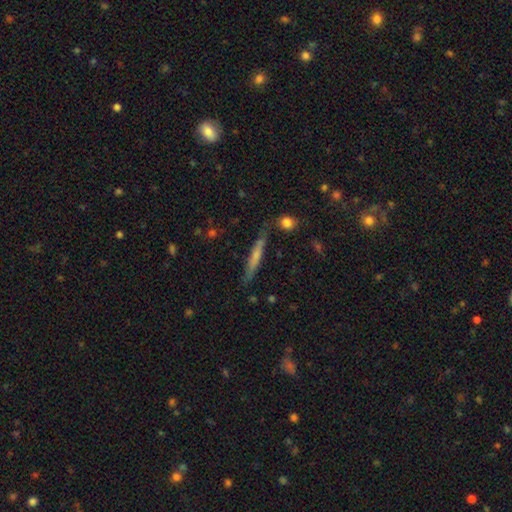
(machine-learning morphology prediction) The model was most divided on "smooth or featured": smooth: 58%, featured or disk: 35%, star or artifact: 7%. More confident: how rounded — cigar-shaped (93%); merging — none (77%).